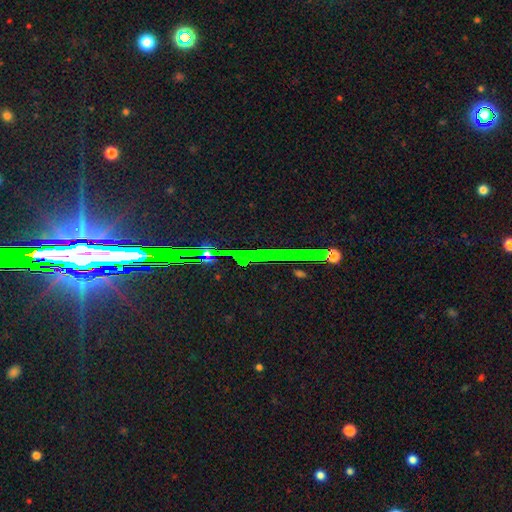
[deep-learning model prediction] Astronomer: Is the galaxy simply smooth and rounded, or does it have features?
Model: star or artifact — 83%.